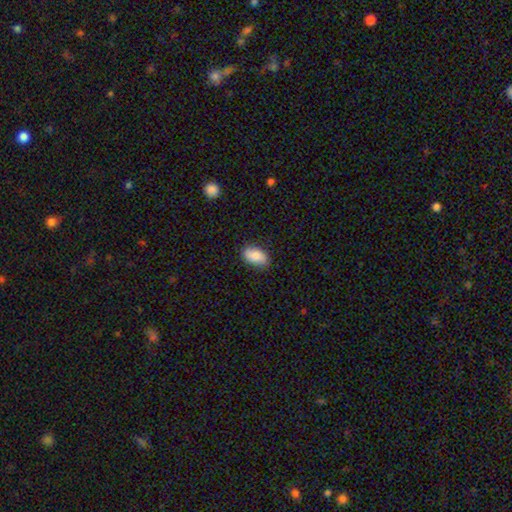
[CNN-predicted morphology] Smooth or featured? smooth (83%)
How rounded? in between (93%)
Merging? none (84%)